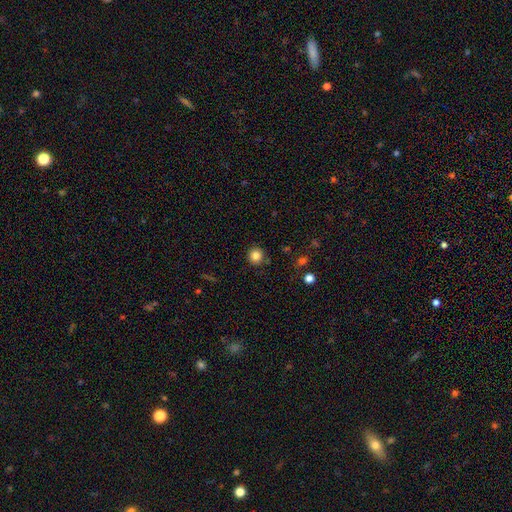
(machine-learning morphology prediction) Smooth or featured? Predicted: smooth (p=0.83). How rounded? Predicted: round (p=0.92). Merging? Predicted: none (p=0.89).